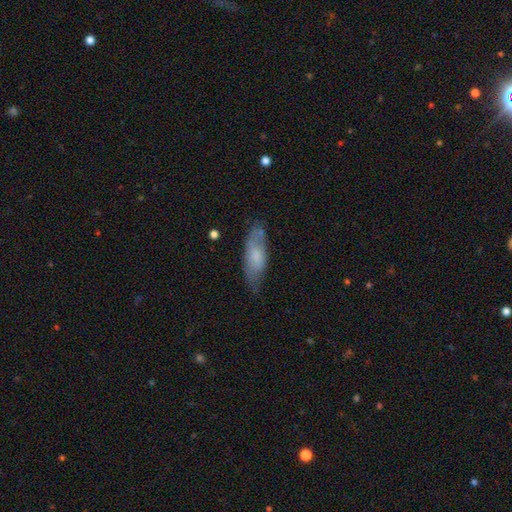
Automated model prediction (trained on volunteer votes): The model was most divided on "how rounded": in between: 61%, cigar-shaped: 37%, round: 2%. More confident: merging — none (65%); smooth or featured — smooth (64%).